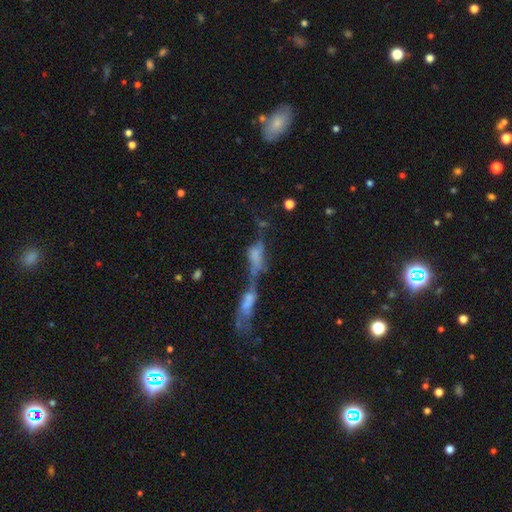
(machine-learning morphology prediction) Smooth or featured?
  - smooth: 54% *
  - featured or disk: 31%
  - star or artifact: 15%
How rounded?
  - in between: 68% *
  - cigar-shaped: 25%
  - round: 8%
Merging?
  - merger: 69% *
  - major disturbance: 14%
  - none: 11%
  - minor disturbance: 7%